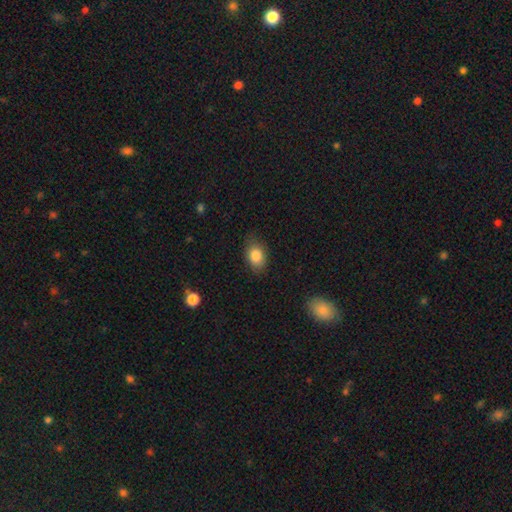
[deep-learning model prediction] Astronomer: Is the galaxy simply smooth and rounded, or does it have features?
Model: smooth — 84%.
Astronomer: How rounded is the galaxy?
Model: in between — 79%.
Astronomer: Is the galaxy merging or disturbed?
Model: none — 80%.